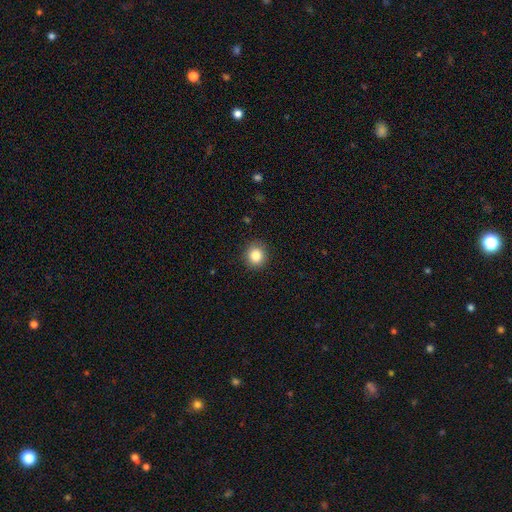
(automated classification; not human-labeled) Smooth or featured?
  - smooth: 85% *
  - star or artifact: 10%
  - featured or disk: 5%
How rounded?
  - round: 88% *
  - in between: 11%
  - cigar-shaped: 1%
Merging?
  - none: 90% *
  - minor disturbance: 7%
  - major disturbance: 2%
  - merger: 1%